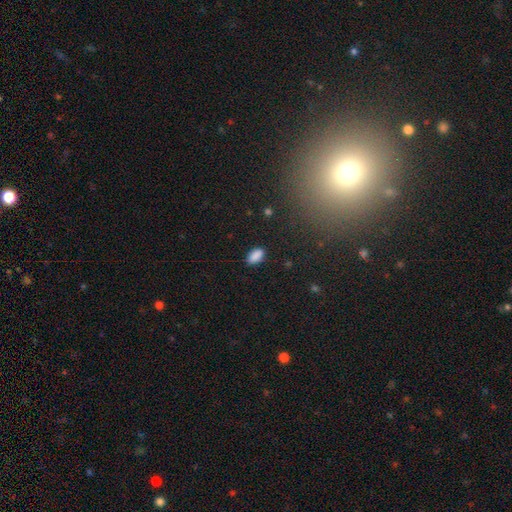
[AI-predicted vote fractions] This is clearly a smooth galaxy (88%). How rounded: clearly in between (93%). Merging: clearly none (84%).